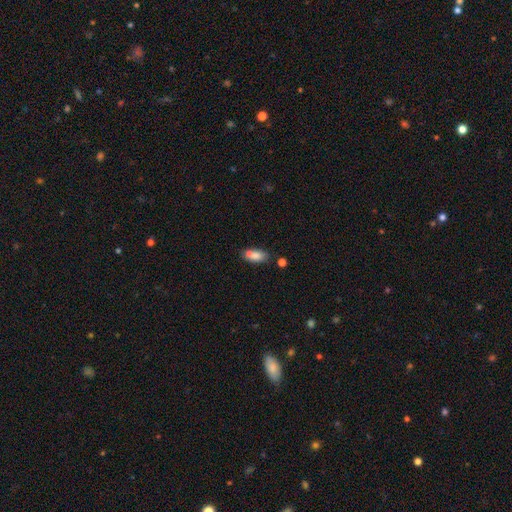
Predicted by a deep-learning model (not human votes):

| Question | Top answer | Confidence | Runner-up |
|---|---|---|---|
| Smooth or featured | smooth | 79% | featured or disk (12%) |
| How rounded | in between | 82% | cigar-shaped (14%) |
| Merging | none | 53% | merger (24%) |